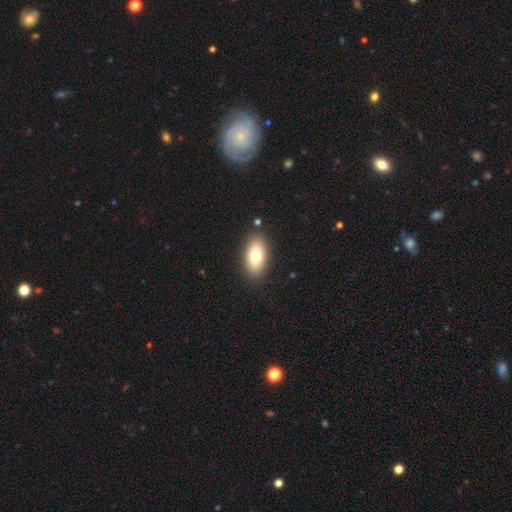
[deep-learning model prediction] A smooth galaxy with no disk features (74%) that is in between round and cigar-shaped (91%). Merging: none (87%).